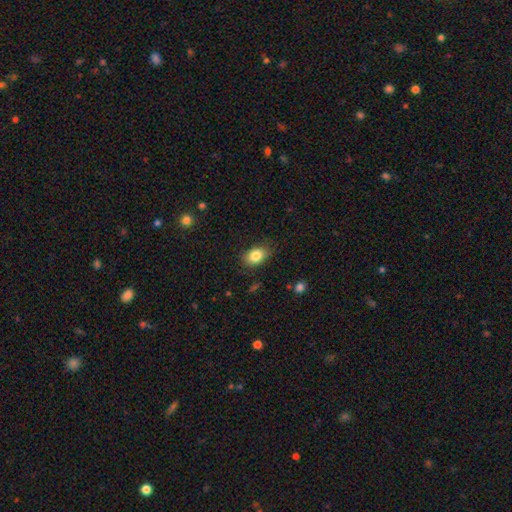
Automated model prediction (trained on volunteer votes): This is clearly a smooth galaxy (85%). How rounded: likely in between (78%). Merging: likely none (78%).